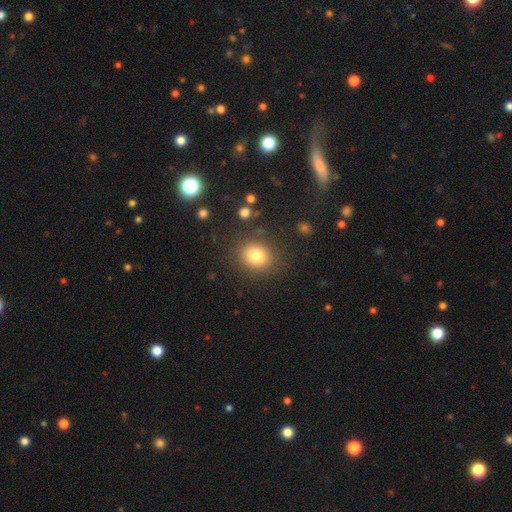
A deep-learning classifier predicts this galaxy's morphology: smooth-or-featured: smooth: 80% | star or artifact: 11% | featured or disk: 8%
  how-rounded: round: 69% | in between: 30% | cigar-shaped: 1%
  merging: none: 84% | minor disturbance: 10% | major disturbance: 4% | merger: 2%